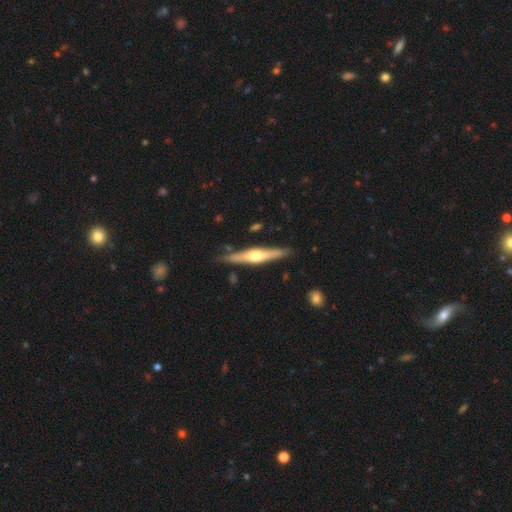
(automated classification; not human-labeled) featured or disk 69%, smooth 26%, star or artifact 5%. Down the decision tree: edge-on disk — yes (97%); edge-on bulge — rounded (90%); merging — none (86%).